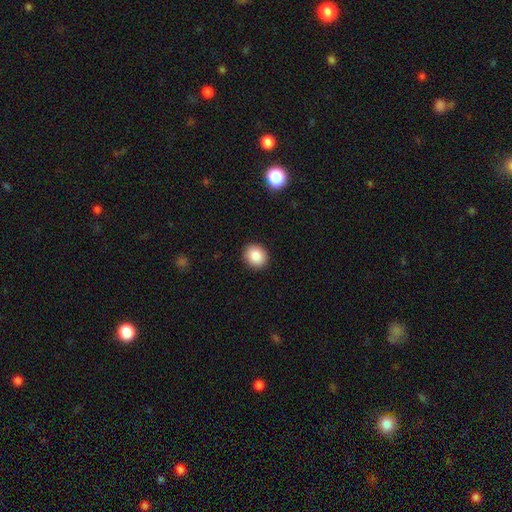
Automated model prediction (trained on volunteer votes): Q: Smooth or featured?
A: smooth (87%); runner-up: star or artifact (8%)
Q: How rounded?
A: round (66%); runner-up: in between (33%)
Q: Merging?
A: none (91%); runner-up: minor disturbance (6%)